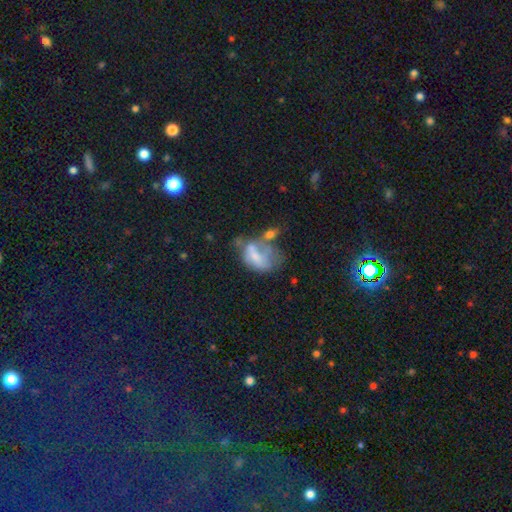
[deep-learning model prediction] A smooth galaxy with no disk features (46%). Merging: merger (35%).